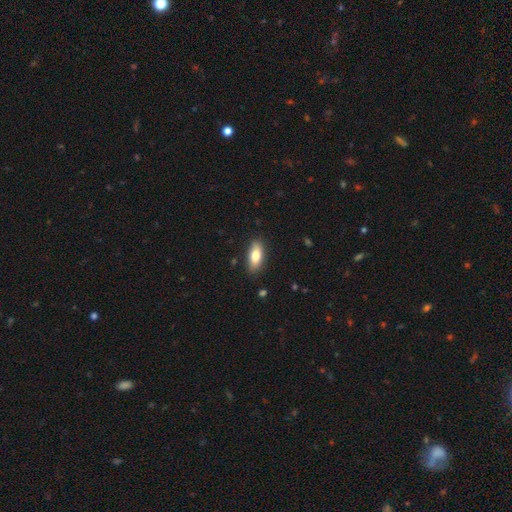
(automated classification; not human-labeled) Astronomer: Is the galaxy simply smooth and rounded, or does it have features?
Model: smooth — 77%.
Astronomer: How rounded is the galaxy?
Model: in between — 81%.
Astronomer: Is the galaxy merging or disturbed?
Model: none — 86%.